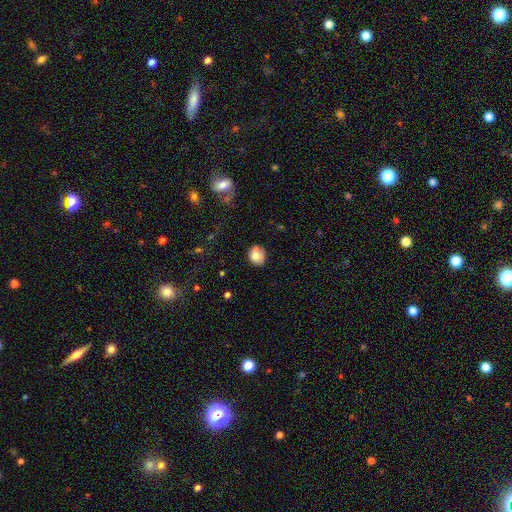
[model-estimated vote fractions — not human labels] Smooth or featured? Predicted: smooth (p=0.75). How rounded? Predicted: round (p=0.64). Merging? Predicted: none (p=0.57).